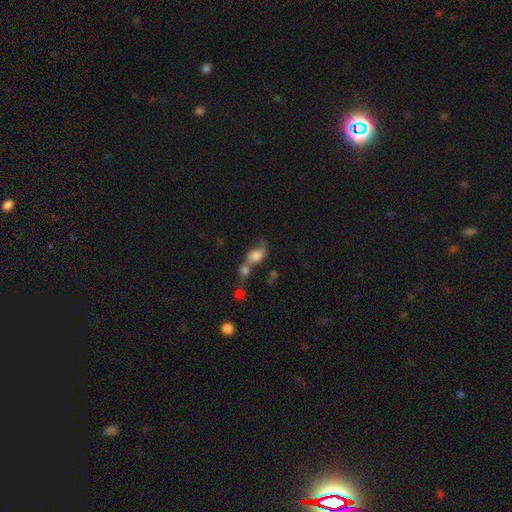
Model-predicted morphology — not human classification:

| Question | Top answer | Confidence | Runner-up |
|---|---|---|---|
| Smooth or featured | smooth | 71% | featured or disk (18%) |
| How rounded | in between | 72% | round (25%) |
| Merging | merger | 58% | none (19%) |